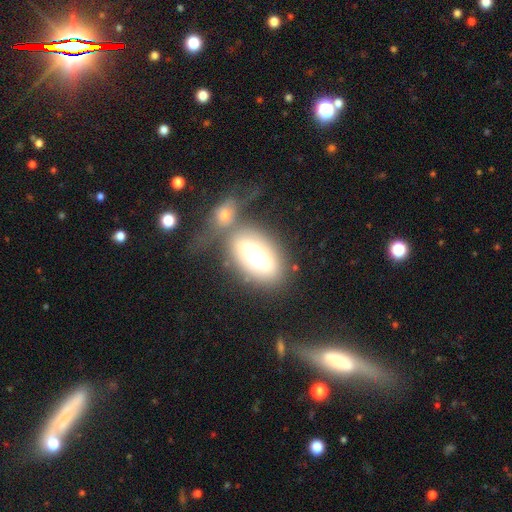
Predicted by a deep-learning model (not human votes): smooth 60%, featured or disk 32%, star or artifact 8%. Down the decision tree: how rounded — in between (88%); merging — none (44%).